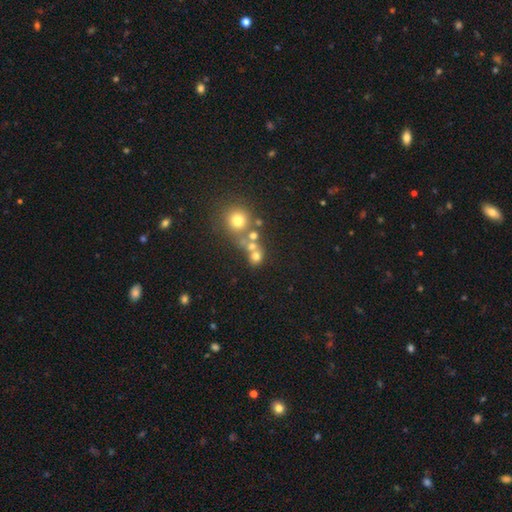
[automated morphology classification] A smooth galaxy with no disk features (67%) that is round (81%). Merging: none (47%).